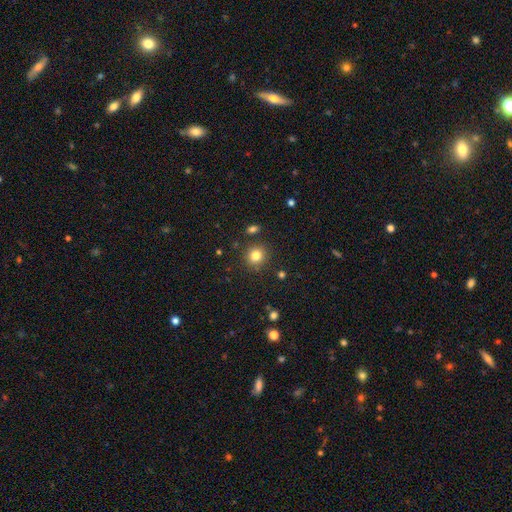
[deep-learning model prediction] Smooth or featured? smooth (81%)
How rounded? round (88%)
Merging? none (86%)